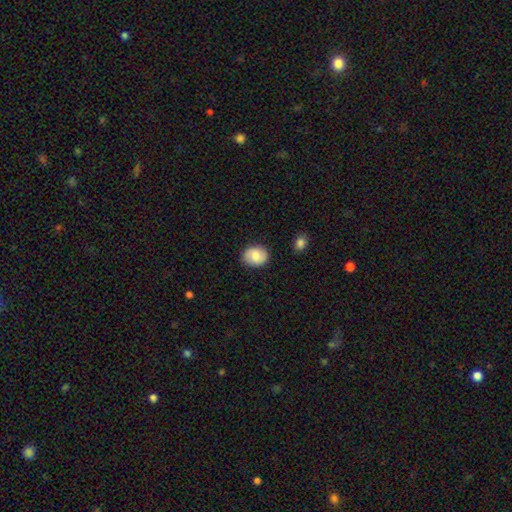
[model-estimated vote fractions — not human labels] smooth 75%, featured or disk 18%, star or artifact 8%. Down the decision tree: how rounded — round (56%); merging — none (84%).